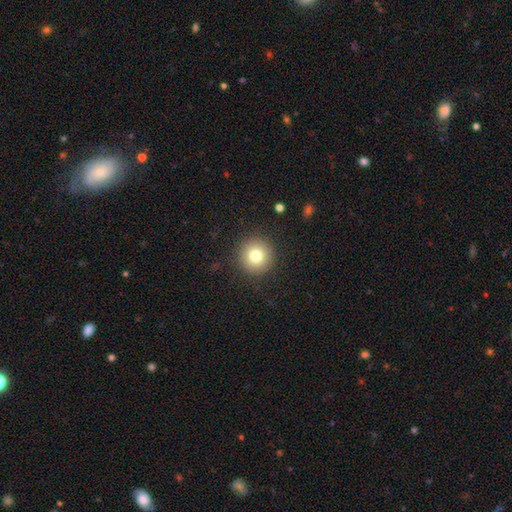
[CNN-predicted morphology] smooth_or_featured: smooth (p=0.78) [alt: star or artifact p=0.11]
how_rounded: round (p=0.96) [alt: in between p=0.03]
merging: none (p=0.91) [alt: minor disturbance p=0.06]